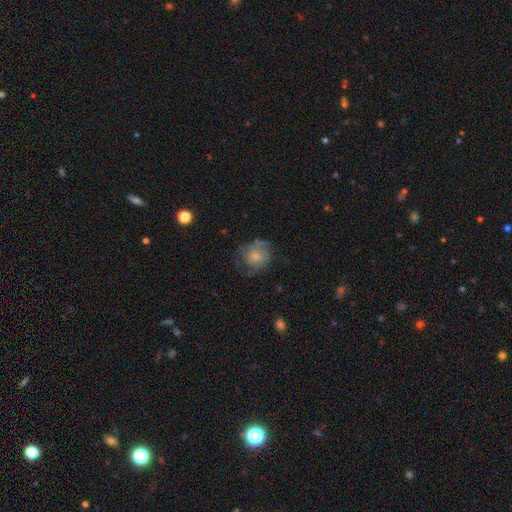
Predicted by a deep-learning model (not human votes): This is possibly a smooth galaxy (58%). How rounded: likely round (76%). Merging: possibly none (50%).